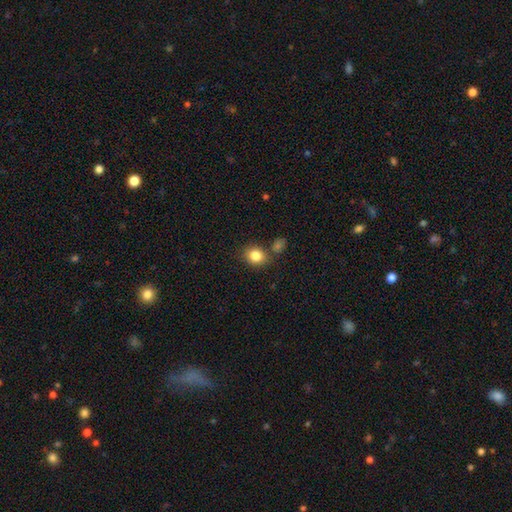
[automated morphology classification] Smooth or featured? Predicted: smooth (p=0.83). How rounded? Predicted: round (p=0.70). Merging? Predicted: none (p=0.73).